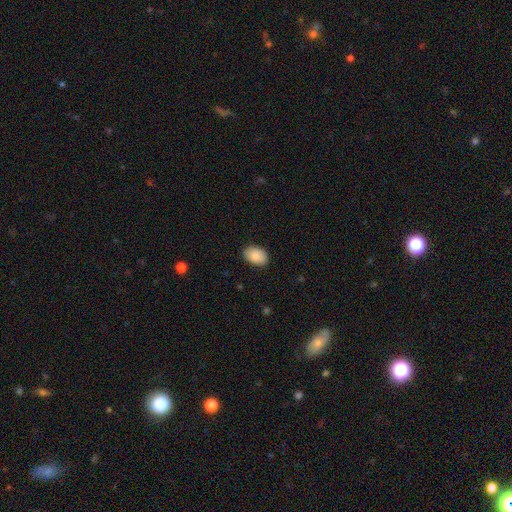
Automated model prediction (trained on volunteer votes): Morphology: type=smooth (89%); roundness=in between (87%); merging=none (86%).